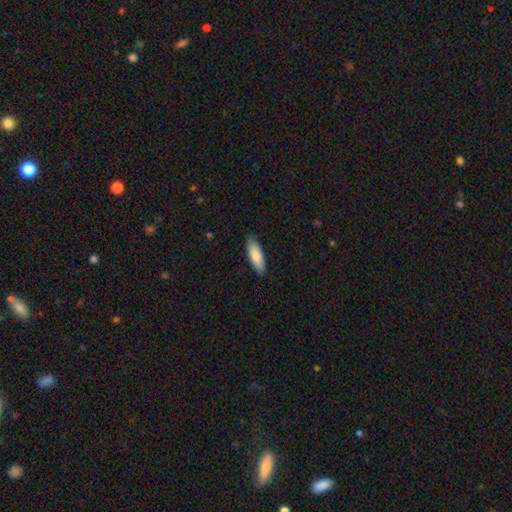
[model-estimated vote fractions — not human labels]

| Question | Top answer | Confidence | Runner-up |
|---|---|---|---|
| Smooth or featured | smooth | 87% | featured or disk (8%) |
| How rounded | in between | 57% | cigar-shaped (41%) |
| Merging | none | 88% | minor disturbance (9%) |